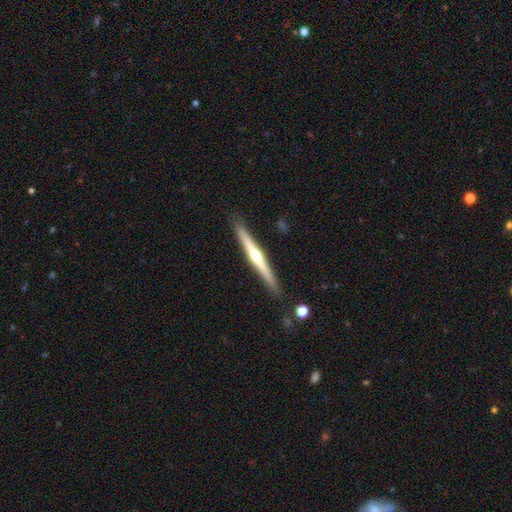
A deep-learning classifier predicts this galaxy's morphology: This appears to be a featured or disk galaxy (73%) viewed edge-on (98%) with a rounded central bulge (89%). Merging: none (90%).